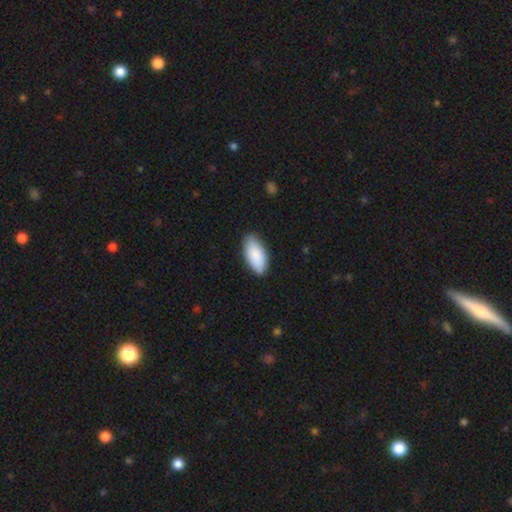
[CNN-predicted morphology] smooth-or-featured: smooth: 89% | featured or disk: 6% | star or artifact: 5%
  how-rounded: in between: 91% | cigar-shaped: 7% | round: 2%
  merging: none: 84% | minor disturbance: 12% | major disturbance: 2% | merger: 1%